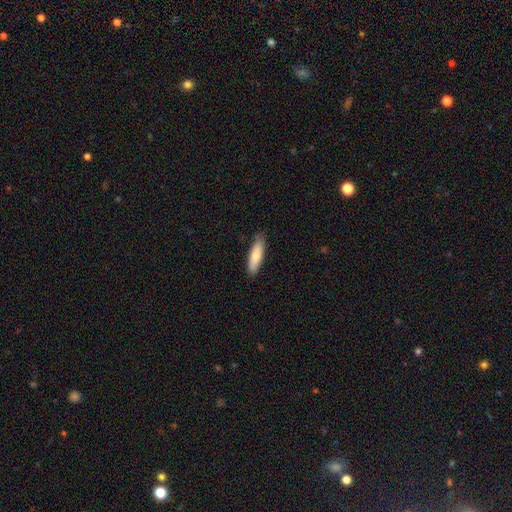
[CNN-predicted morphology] type=smooth (79%); roundness=cigar-shaped (60%); merging=none (83%).